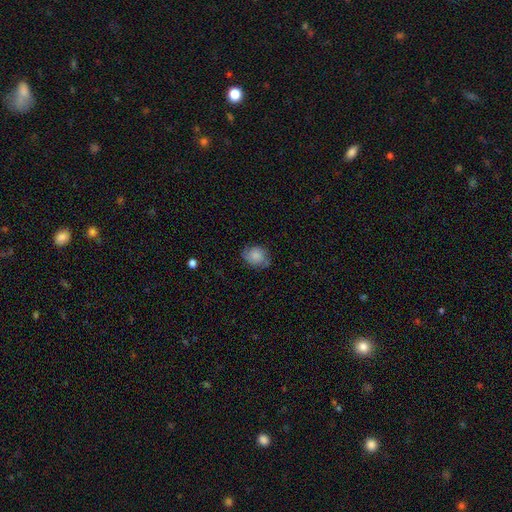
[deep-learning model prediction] This appears to be a smooth galaxy with no disk features (71%) that is round (60%). Merging: none (67%).